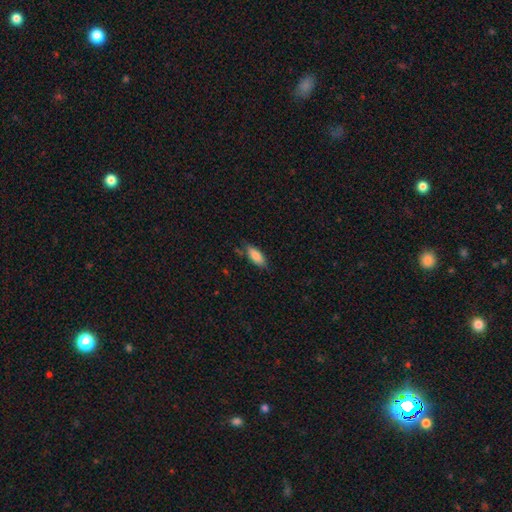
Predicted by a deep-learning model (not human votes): smooth_or_featured: smooth (p=0.84) [alt: featured or disk p=0.09]
how_rounded: in between (p=0.78) [alt: cigar-shaped p=0.20]
merging: none (p=0.73) [alt: minor disturbance p=0.20]